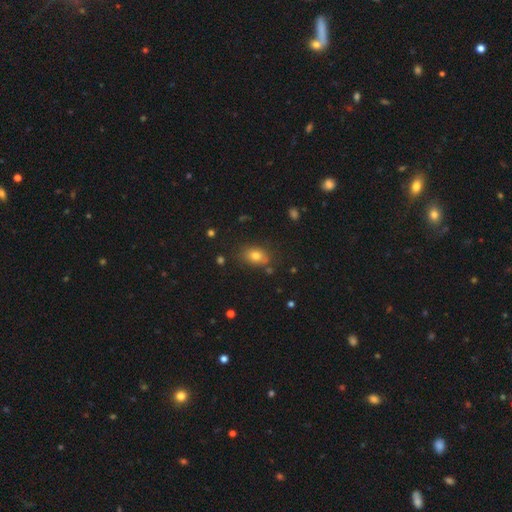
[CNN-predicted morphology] Overall: smooth (76%). How rounded: in between (65%; round 34%). Merging: none (73%).